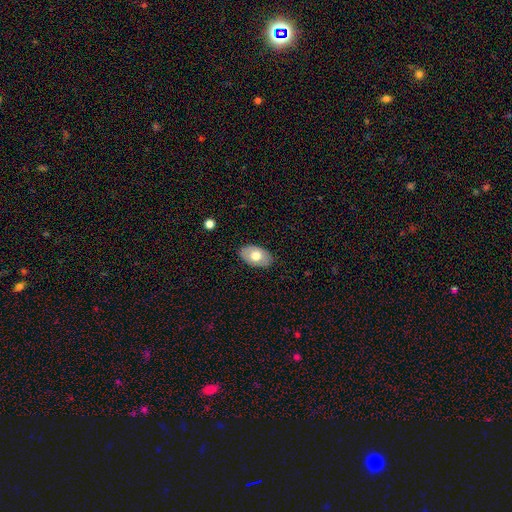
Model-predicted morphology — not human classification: smooth_or_featured: smooth (p=0.68) [alt: featured or disk p=0.26]
how_rounded: in between (p=0.91) [alt: round p=0.08]
merging: none (p=0.85) [alt: minor disturbance p=0.11]